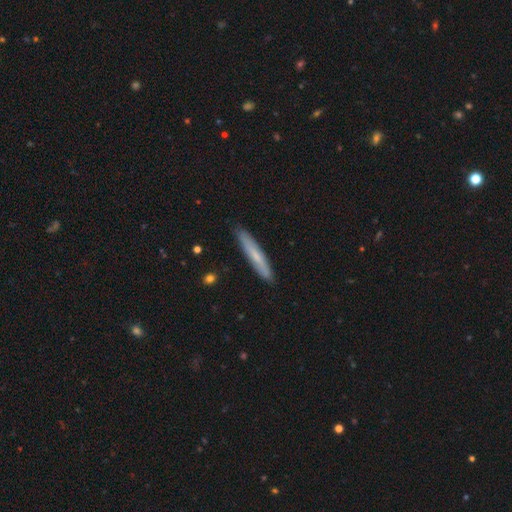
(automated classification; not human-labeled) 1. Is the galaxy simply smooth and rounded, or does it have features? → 62% smooth, 32% featured or disk, 6% star or artifact.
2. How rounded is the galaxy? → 94% cigar-shaped, 5% in between, 1% round.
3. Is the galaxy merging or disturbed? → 90% none, 8% minor disturbance, 1% major disturbance, 1% merger.